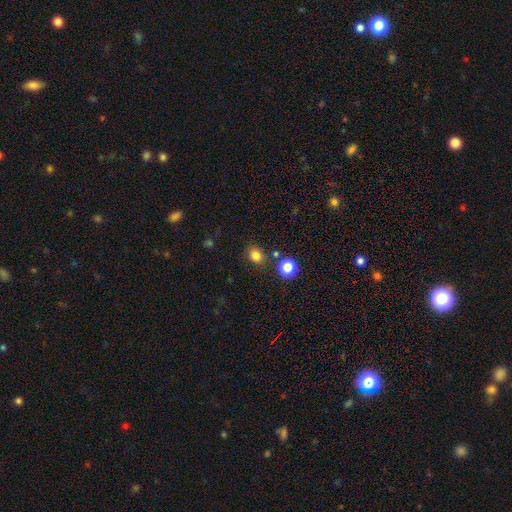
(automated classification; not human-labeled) Smooth or featured? smooth (80%)
How rounded? round (62%)
Merging? none (81%)